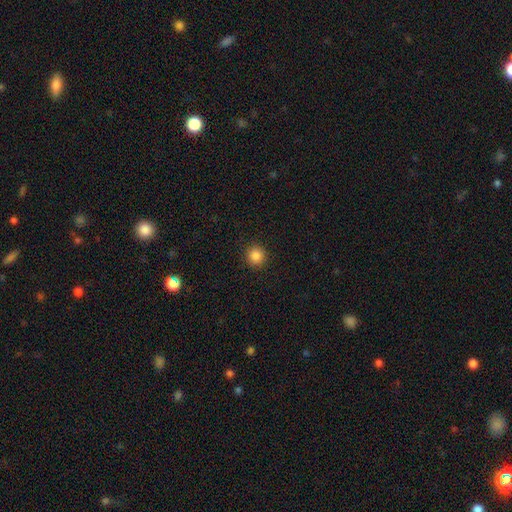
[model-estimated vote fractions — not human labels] Smooth or featured? Predicted: smooth (p=0.86). How rounded? Predicted: round (p=0.94). Merging? Predicted: none (p=0.92).